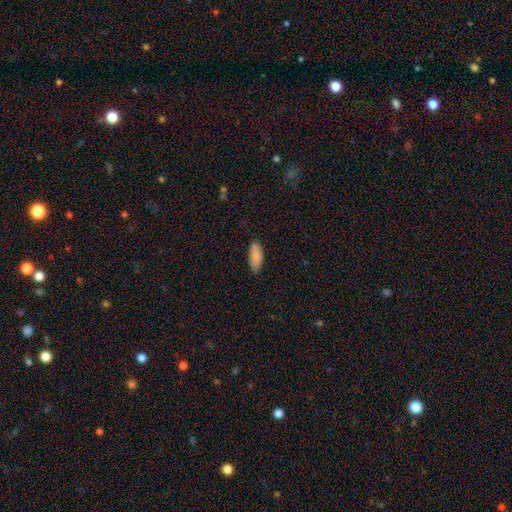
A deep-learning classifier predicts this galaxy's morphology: smooth_or_featured: smooth (p=0.87) [alt: star or artifact p=0.07]
how_rounded: in between (p=0.82) [alt: cigar-shaped p=0.17]
merging: none (p=0.77) [alt: minor disturbance p=0.18]